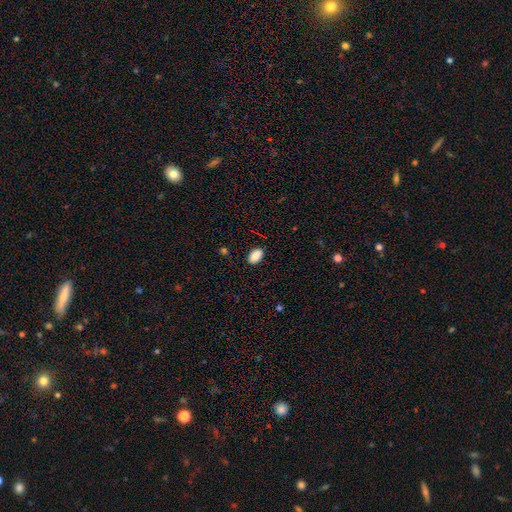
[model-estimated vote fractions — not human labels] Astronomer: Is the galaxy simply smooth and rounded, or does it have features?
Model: smooth — 89%.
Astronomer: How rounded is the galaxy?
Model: in between — 92%.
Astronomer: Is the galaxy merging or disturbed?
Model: none — 87%.